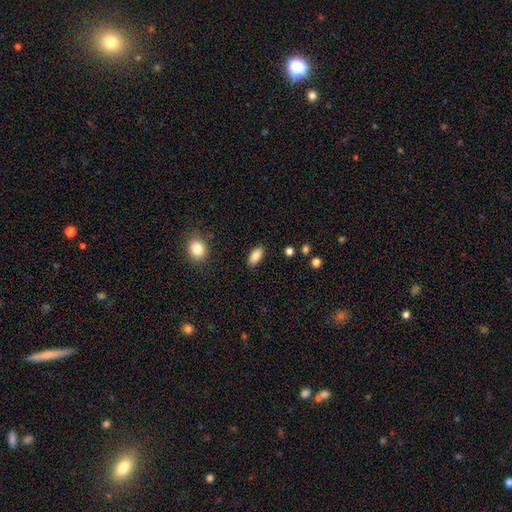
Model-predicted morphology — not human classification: type=smooth (87%); roundness=in between (92%); merging=none (87%).